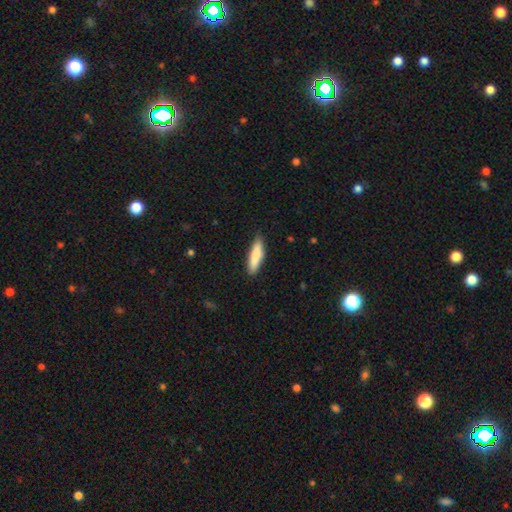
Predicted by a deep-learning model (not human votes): This appears to be a smooth galaxy with no disk features (85%) that is cigar-shaped (76%). Merging: none (87%).